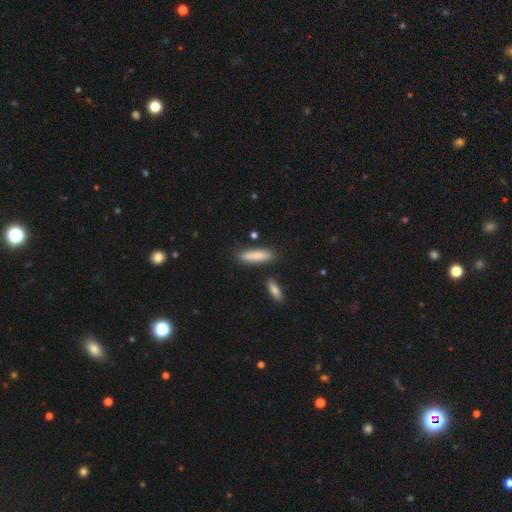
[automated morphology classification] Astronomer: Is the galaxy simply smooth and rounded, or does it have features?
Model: smooth — 86%.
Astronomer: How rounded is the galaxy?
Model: cigar-shaped — 67%.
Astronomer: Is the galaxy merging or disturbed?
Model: none — 84%.